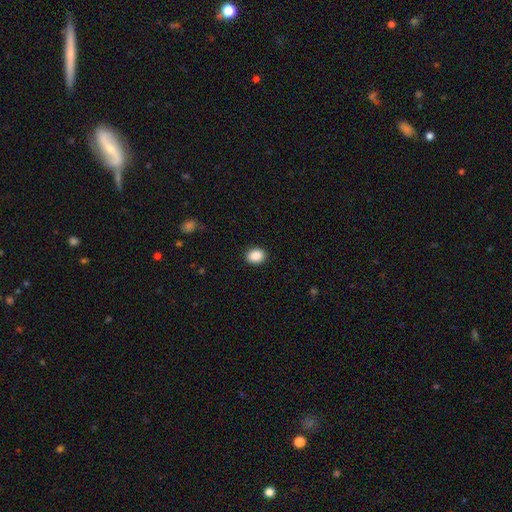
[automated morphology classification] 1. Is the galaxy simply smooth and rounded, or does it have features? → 89% smooth, 8% star or artifact, 3% featured or disk.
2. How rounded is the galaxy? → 53% in between, 46% round, 1% cigar-shaped.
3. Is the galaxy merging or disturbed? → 90% none, 7% minor disturbance, 2% major disturbance, 1% merger.